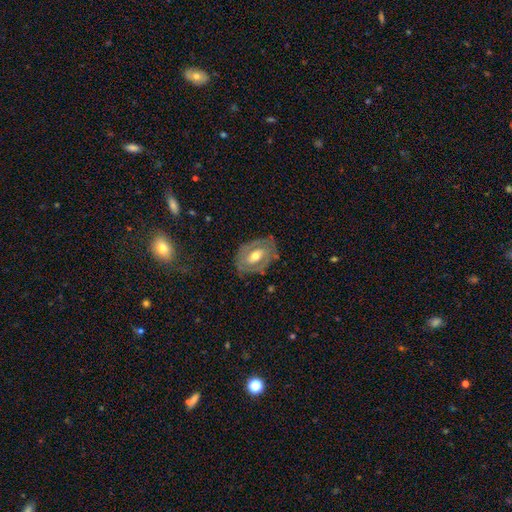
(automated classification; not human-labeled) Smooth or featured? featured or disk (64%)
Edge-on disk? no (93%)
Bar? no (45%)
Spiral arms? no (54%)
Bulge size? moderate (71%)
Merging? none (72%)